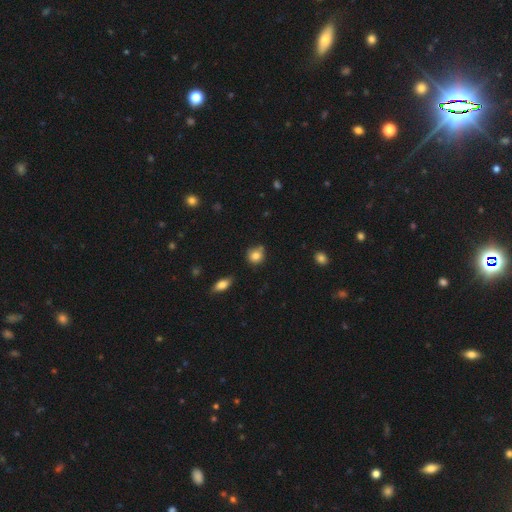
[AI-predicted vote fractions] smooth_or_featured: smooth (p=0.82) [alt: star or artifact p=0.10]
how_rounded: round (p=0.82) [alt: in between p=0.17]
merging: none (p=0.68) [alt: minor disturbance p=0.20]